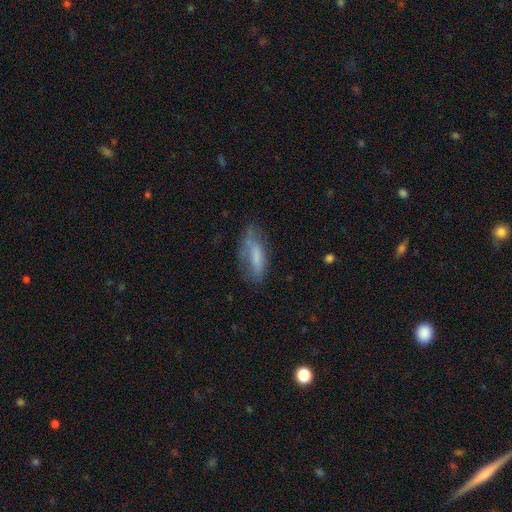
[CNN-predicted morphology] smooth-or-featured: smooth: 64% | featured or disk: 28% | star or artifact: 9%
  how-rounded: in between: 56% | cigar-shaped: 43% | round: 2%
  merging: none: 54% | minor disturbance: 28% | major disturbance: 15% | merger: 3%